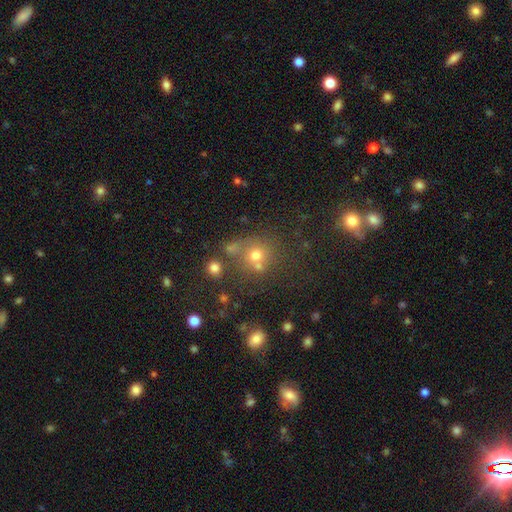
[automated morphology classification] smooth-or-featured: smooth: 65% | star or artifact: 22% | featured or disk: 13%
  how-rounded: round: 84% | in between: 15% | cigar-shaped: 1%
  merging: none: 57% | merger: 26% | minor disturbance: 11% | major disturbance: 6%